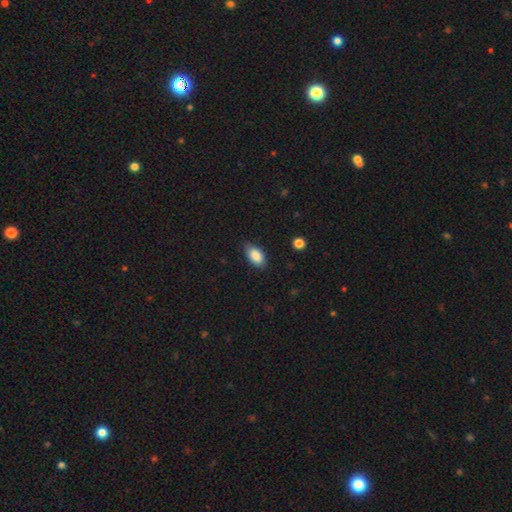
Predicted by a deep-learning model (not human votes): Smooth or featured? smooth (87%)
How rounded? in between (92%)
Merging? none (77%)